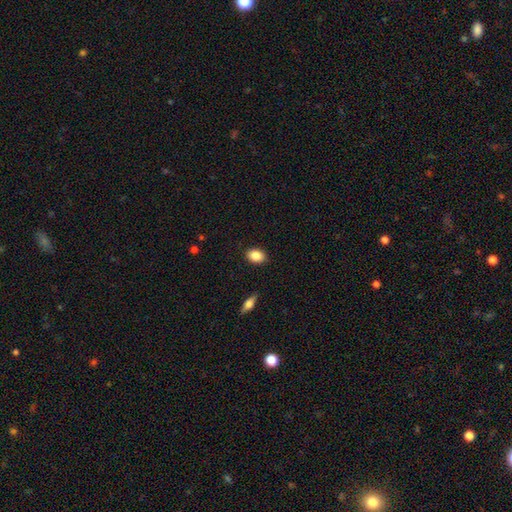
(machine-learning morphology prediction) A smooth galaxy with no disk features (86%) that is in between round and cigar-shaped (79%). Merging: none (89%).